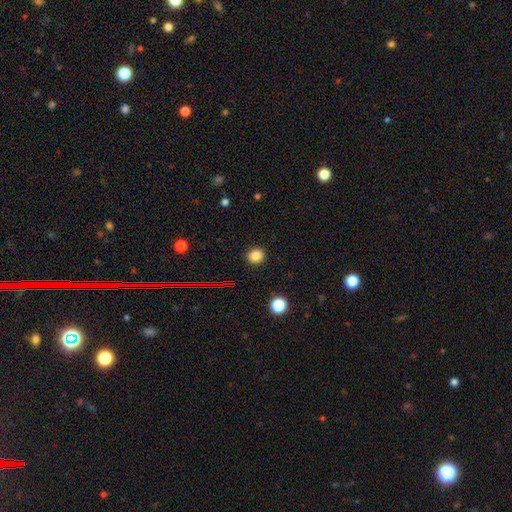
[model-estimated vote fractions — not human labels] Smooth or featured?
  - smooth: 83% *
  - star or artifact: 13%
  - featured or disk: 4%
How rounded?
  - round: 87% *
  - in between: 12%
  - cigar-shaped: 1%
Merging?
  - none: 91% *
  - minor disturbance: 6%
  - major disturbance: 2%
  - merger: 1%